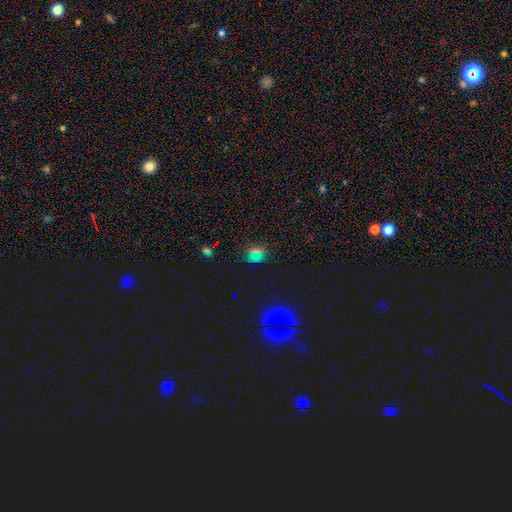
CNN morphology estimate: The model was most divided on "smooth or featured": smooth: 53%, star or artifact: 39%, featured or disk: 7%. More confident: merging — none (81%); how rounded — round (57%).